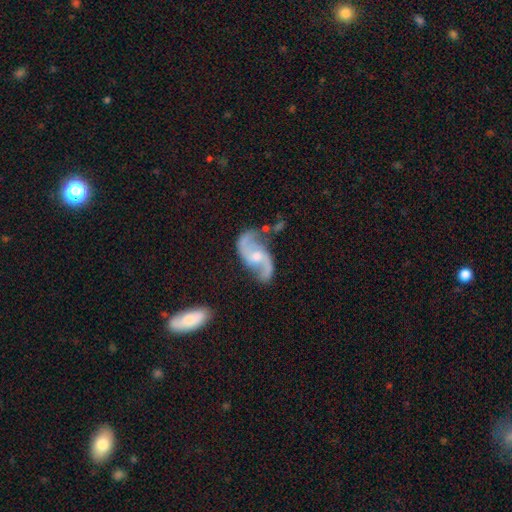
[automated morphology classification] A featured or disk galaxy (90%) with no bar (47%), 2 (94%) loose (58%) spiral arms (97%) and a moderate central bulge (53%).

Vote fractions:
- Smooth or featured? featured or disk: 90% / smooth: 6% / star or artifact: 4%
- Edge-on disk? no: 97% / yes: 3%
- Bar? no: 47% / weak: 43% / strong: 10%
- Spiral arms? yes: 97% / no: 3%
- Spiral winding? loose: 58% / medium: 34% / tight: 7%
- Spiral arm count? 2: 94% / can't tell: 2% / 1: 2% / 3: 1% / 4: 1% / more than 4: 1%
- Bulge size? moderate: 53% / small: 36% / none: 6% / large: 4% / dominant: 1%
- Merging? none: 67% / minor disturbance: 19% / major disturbance: 8% / merger: 6%